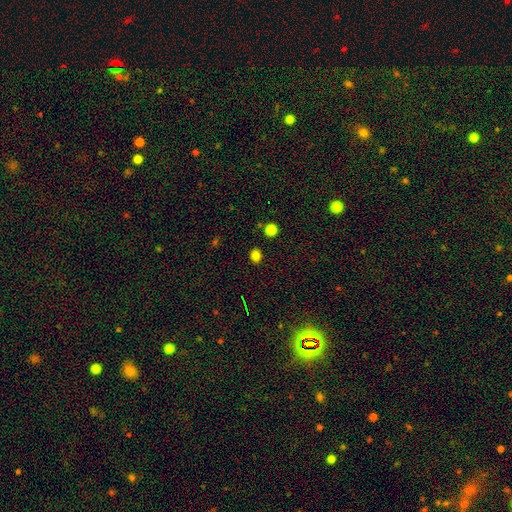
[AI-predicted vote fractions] Smooth or featured?
  - smooth: 81% *
  - star or artifact: 15%
  - featured or disk: 4%
How rounded?
  - round: 56% *
  - in between: 43%
  - cigar-shaped: 1%
Merging?
  - none: 88% *
  - minor disturbance: 7%
  - merger: 2%
  - major disturbance: 2%